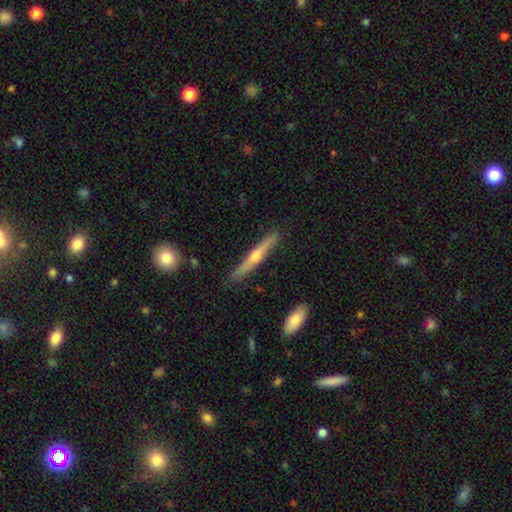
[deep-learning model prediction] Overall: featured or disk (69%). Edge-on disk: yes (97%). Edge-on bulge: rounded (92%). Merging: none (88%).